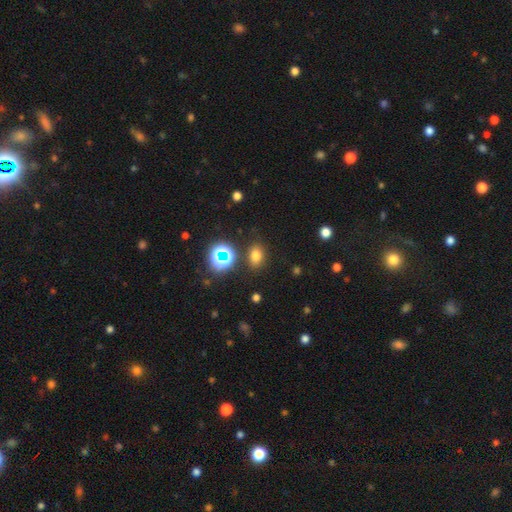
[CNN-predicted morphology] A smooth galaxy with no disk features (72%) that is in between round and cigar-shaped (68%).

Vote fractions:
- Smooth or featured? smooth: 72% / star or artifact: 20% / featured or disk: 8%
- How rounded? in between: 68% / round: 30% / cigar-shaped: 1%
- Merging? none: 83% / minor disturbance: 10% / major disturbance: 4% / merger: 3%